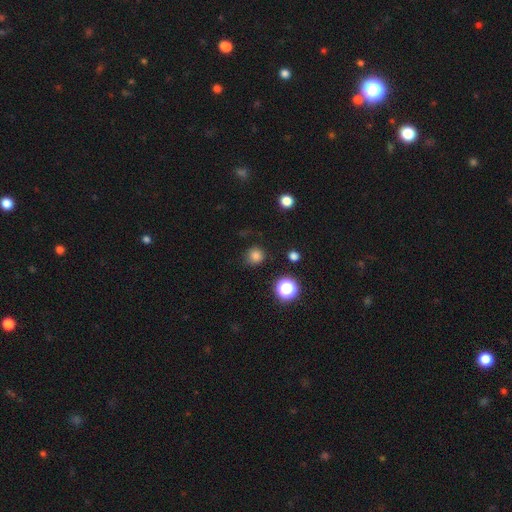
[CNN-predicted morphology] Q: Smooth or featured?
A: smooth (79%); runner-up: star or artifact (17%)
Q: How rounded?
A: round (91%); runner-up: in between (8%)
Q: Merging?
A: none (81%); runner-up: minor disturbance (13%)